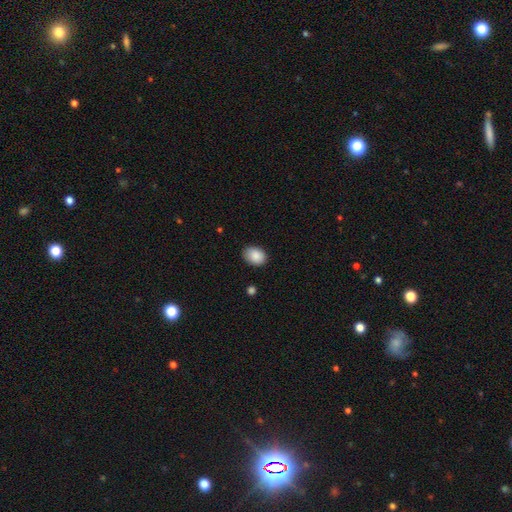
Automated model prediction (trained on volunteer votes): Overall: smooth (89%). How rounded: in between (73%). Merging: none (84%).